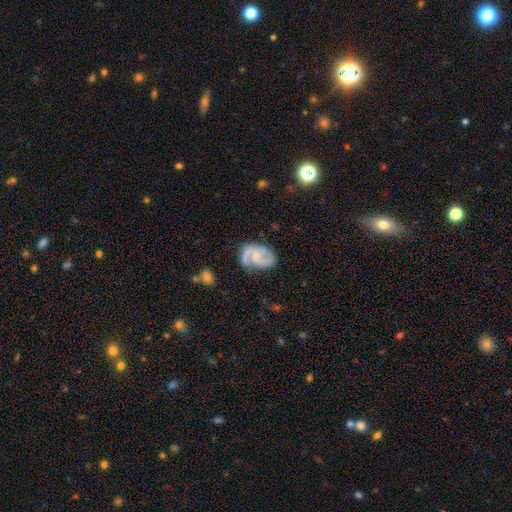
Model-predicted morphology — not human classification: featured or disk 77%, smooth 16%, star or artifact 6%. Down the decision tree: edge-on disk — no (98%); bar — no (53%); spiral arms — yes (94%); spiral arm count — 2 (77%); spiral winding — medium (50%); bulge size — small (50%); merging — none (64%).